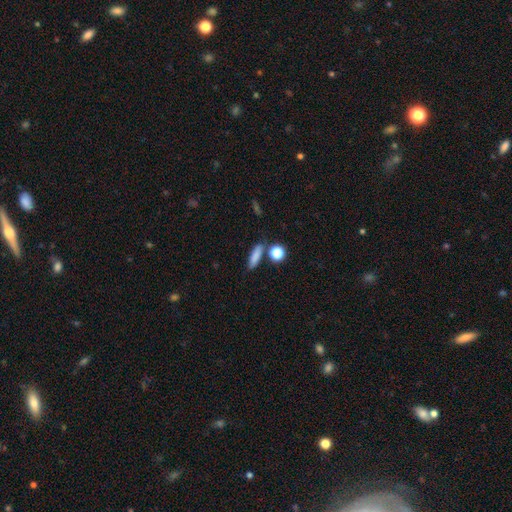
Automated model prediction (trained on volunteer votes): smooth_or_featured: smooth (p=0.81) [alt: star or artifact p=0.10]
how_rounded: cigar-shaped (p=0.51) [alt: in between p=0.37]
merging: none (p=0.75) [alt: minor disturbance p=0.12]